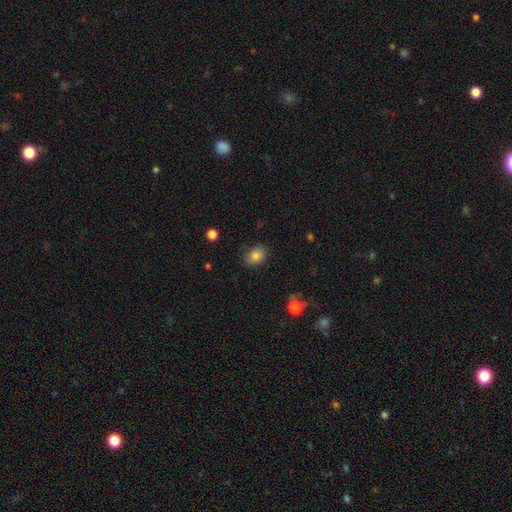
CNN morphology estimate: Smooth or featured? smooth (84%)
How rounded? in between (71%)
Merging? none (83%)